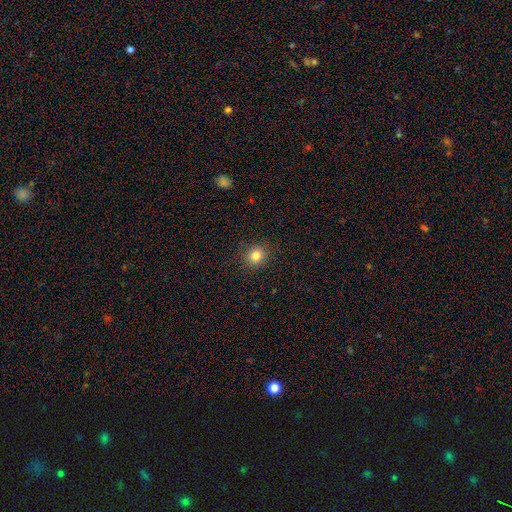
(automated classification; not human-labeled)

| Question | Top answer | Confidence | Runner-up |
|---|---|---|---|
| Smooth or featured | smooth | 83% | star or artifact (12%) |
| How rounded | round | 82% | in between (18%) |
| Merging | none | 90% | minor disturbance (7%) |